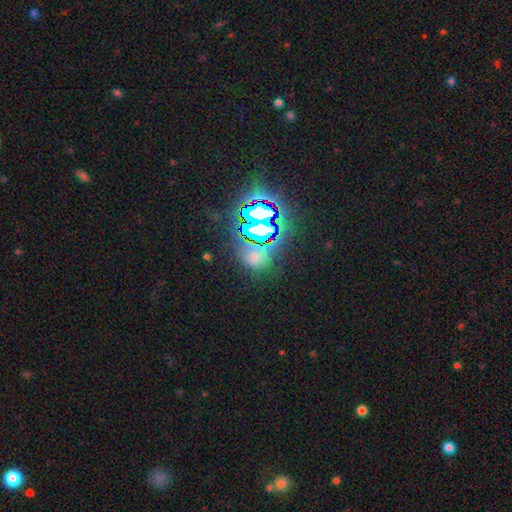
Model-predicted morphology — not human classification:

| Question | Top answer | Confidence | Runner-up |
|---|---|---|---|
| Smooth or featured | star or artifact | 56% | smooth (35%) |